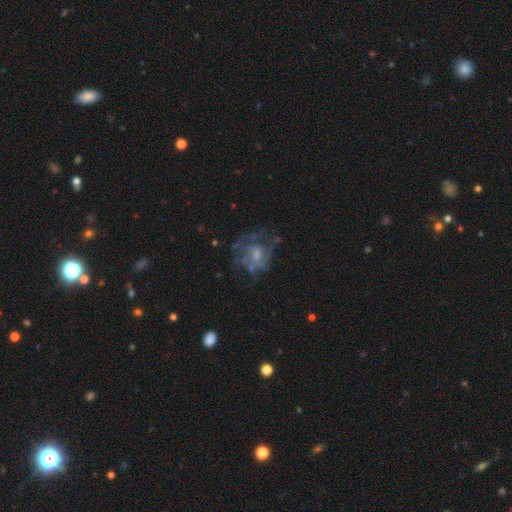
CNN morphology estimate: A featured or disk galaxy (62%) with no bar (67%), no spiral arms (53%) and a moderate central bulge (37%). Merging: none (42%).